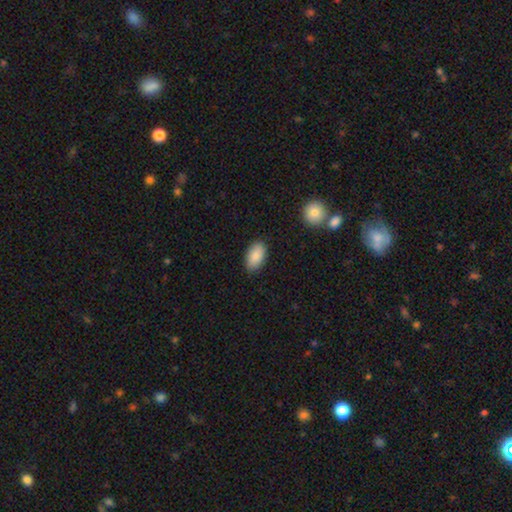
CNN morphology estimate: A smooth galaxy with no disk features (88%) that is in between round and cigar-shaped (94%).

Vote fractions:
- Smooth or featured? smooth: 88% / star or artifact: 6% / featured or disk: 6%
- How rounded? in between: 94% / round: 4% / cigar-shaped: 2%
- Merging? none: 85% / minor disturbance: 11% / major disturbance: 2% / merger: 1%